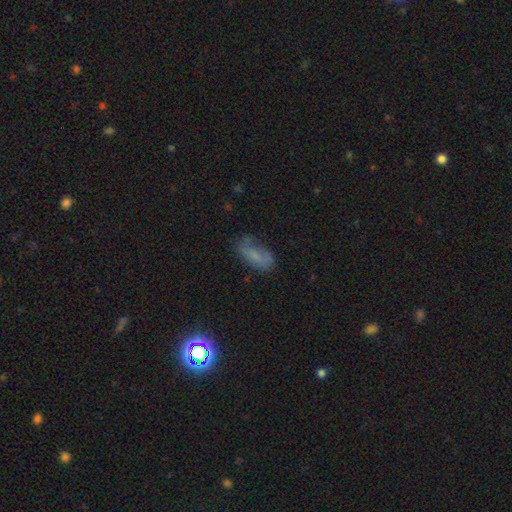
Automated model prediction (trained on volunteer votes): Morphology: type=smooth (60%); roundness=in between (83%); merging=none (48%).